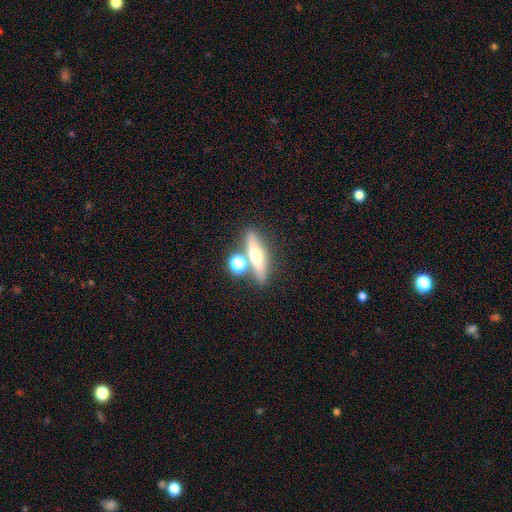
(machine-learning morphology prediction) smooth_or_featured: featured or disk (p=0.48) [alt: smooth p=0.42]
merging: none (p=0.68) [alt: merger p=0.18]